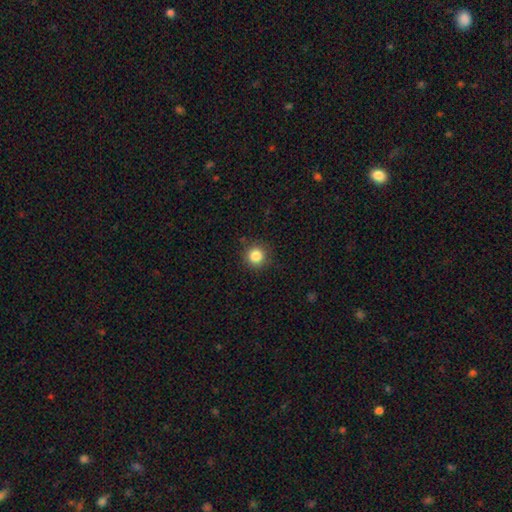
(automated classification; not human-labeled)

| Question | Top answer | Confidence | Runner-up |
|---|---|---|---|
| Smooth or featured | smooth | 85% | star or artifact (11%) |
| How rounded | round | 94% | in between (5%) |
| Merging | none | 89% | minor disturbance (7%) |